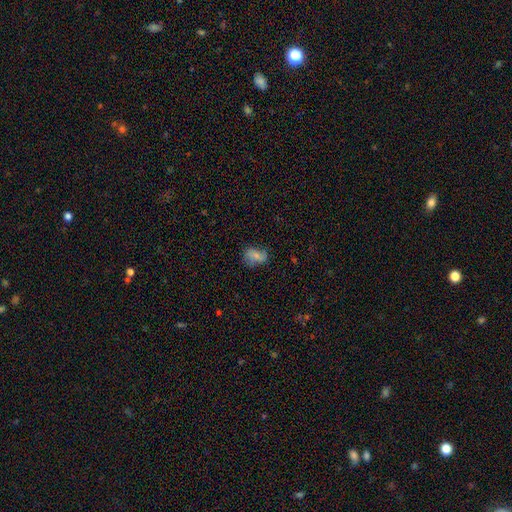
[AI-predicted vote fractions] A smooth galaxy with no disk features (60%) that is in between round and cigar-shaped (81%).

Vote fractions:
- Smooth or featured? smooth: 60% / featured or disk: 31% / star or artifact: 9%
- How rounded? in between: 81% / round: 16% / cigar-shaped: 2%
- Merging? none: 61% / minor disturbance: 27% / major disturbance: 10% / merger: 2%